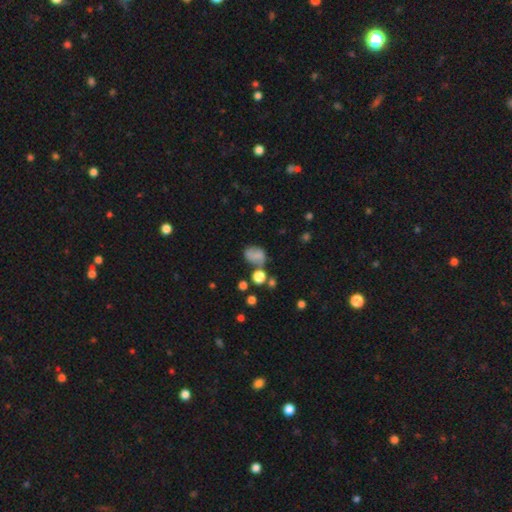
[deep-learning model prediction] This appears to be a smooth galaxy with no disk features (62%) that is in between round and cigar-shaped (60%). Merging: none (44%).